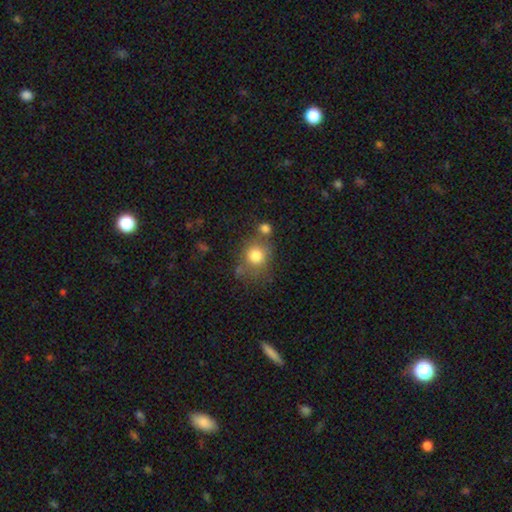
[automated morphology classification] Smooth or featured?
  - smooth: 80% *
  - featured or disk: 10%
  - star or artifact: 10%
How rounded?
  - round: 79% *
  - in between: 20%
  - cigar-shaped: 1%
Merging?
  - none: 57% *
  - merger: 18%
  - minor disturbance: 17%
  - major disturbance: 8%